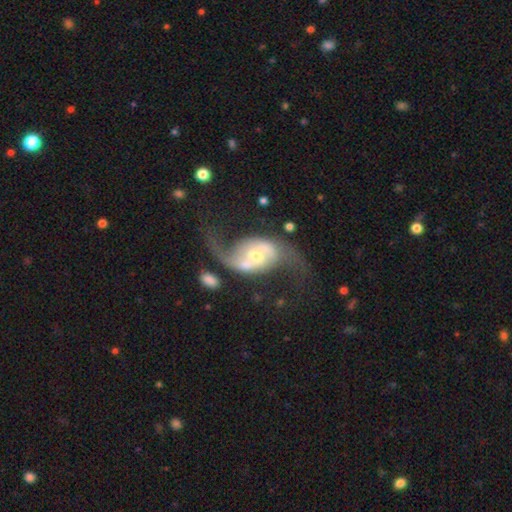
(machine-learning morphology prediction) This is clearly a featured or disk galaxy (87%). It is clearly not viewed edge-on (97%). Bar: marginally no (45%). Spiral arm pattern: clearly yes (95%). Spiral arm count: clearly 2 (92%). Spiral winding: likely loose (75%). Central bulge: likely moderate (64%). Merging: possibly none (53%).